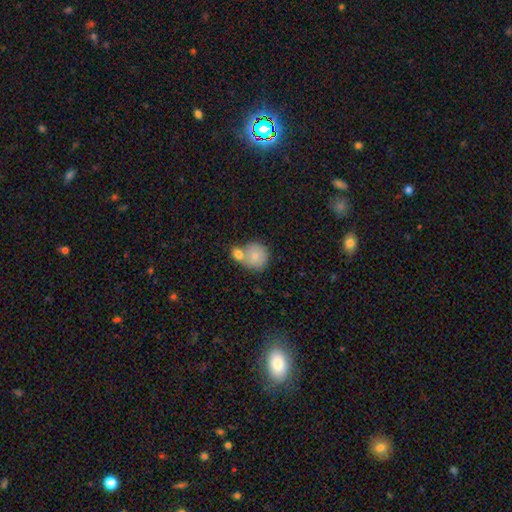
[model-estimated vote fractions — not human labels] Overall: smooth (79%). How rounded: round (83%). Merging: merger (51%; none 35%).